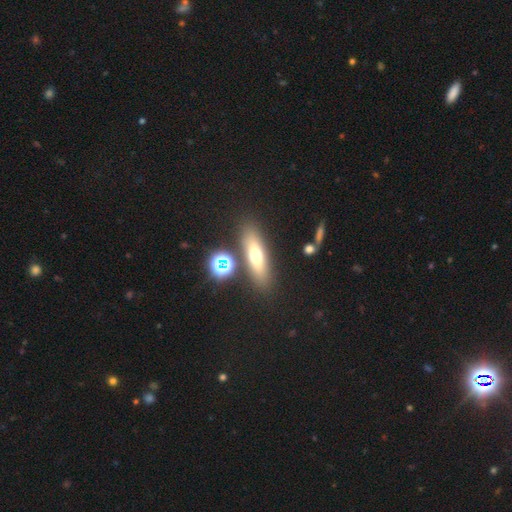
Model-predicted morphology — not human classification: A smooth galaxy with no disk features (59%) that is cigar-shaped (56%). Merging: none (80%).